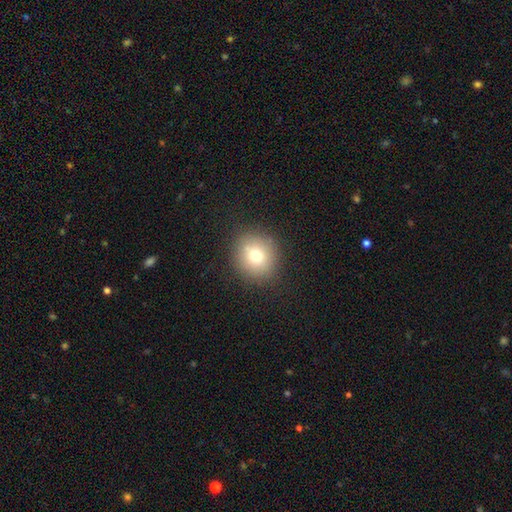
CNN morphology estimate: A smooth galaxy with no disk features (74%) that is round (88%). Merging: none (87%).